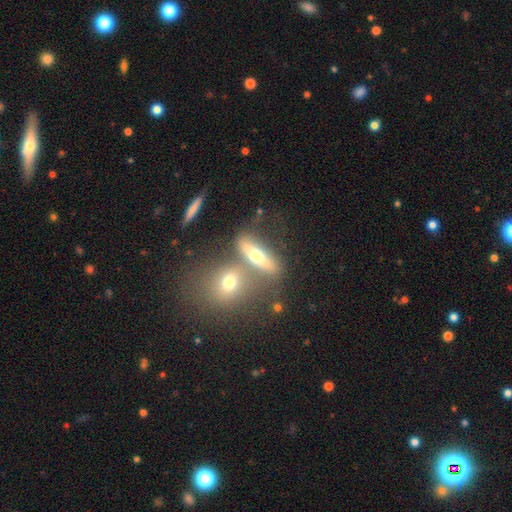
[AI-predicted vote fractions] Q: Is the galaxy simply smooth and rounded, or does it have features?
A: smooth — 53%.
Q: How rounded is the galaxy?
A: in between — 45%.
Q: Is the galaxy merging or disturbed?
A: none — 53%.